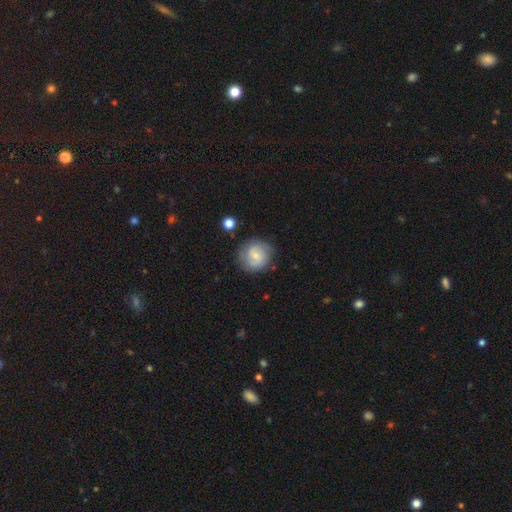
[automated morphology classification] This appears to be a featured or disk galaxy (50%). Merging: none (78%).